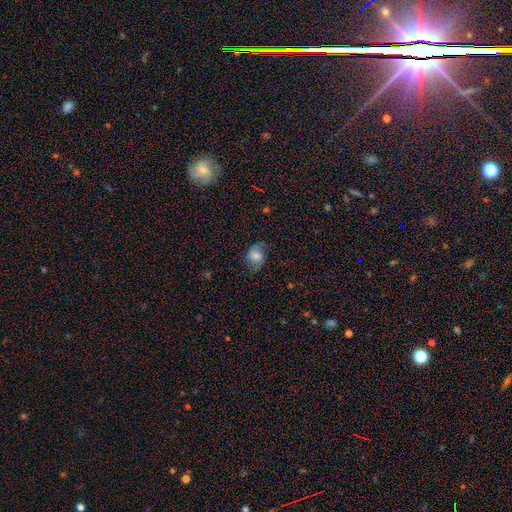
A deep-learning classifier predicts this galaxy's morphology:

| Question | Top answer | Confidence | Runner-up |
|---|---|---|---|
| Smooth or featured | smooth | 55% | featured or disk (34%) |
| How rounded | in between | 49% | tied: round (49%) |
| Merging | none | 63% | minor disturbance (24%) |